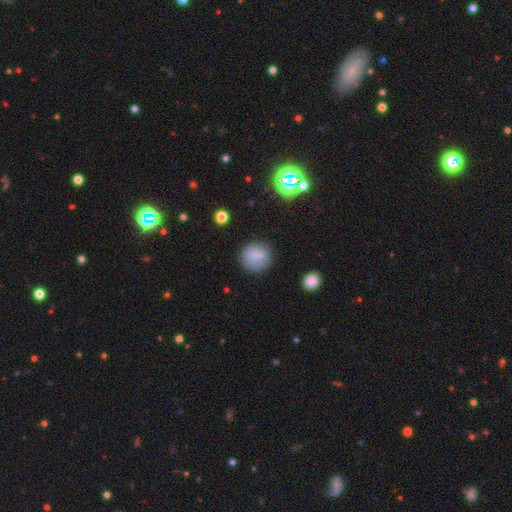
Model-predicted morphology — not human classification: A smooth galaxy with no disk features (79%) that is round (90%). Merging: none (77%).